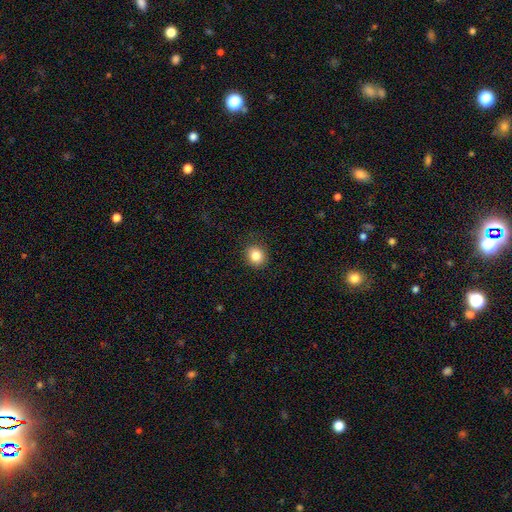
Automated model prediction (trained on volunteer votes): This is clearly a smooth galaxy (84%). How rounded: clearly round (82%). Merging: clearly none (88%).